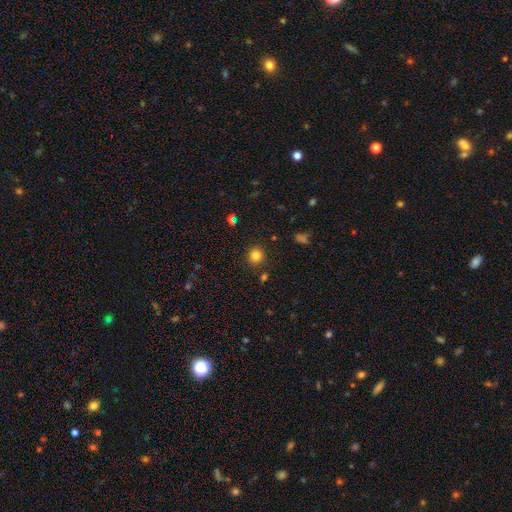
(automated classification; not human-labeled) smooth 82%, star or artifact 13%, featured or disk 5%. Down the decision tree: how rounded — round (90%); merging — none (88%).